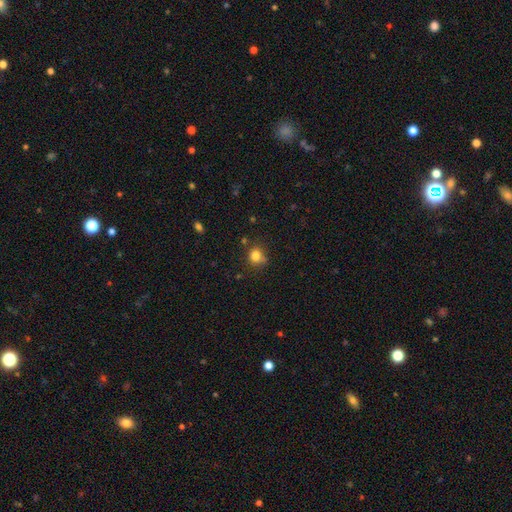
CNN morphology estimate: smooth-or-featured: smooth: 81% | star or artifact: 13% | featured or disk: 6%
  how-rounded: round: 81% | in between: 18% | cigar-shaped: 1%
  merging: none: 72% | minor disturbance: 15% | merger: 9% | major disturbance: 4%